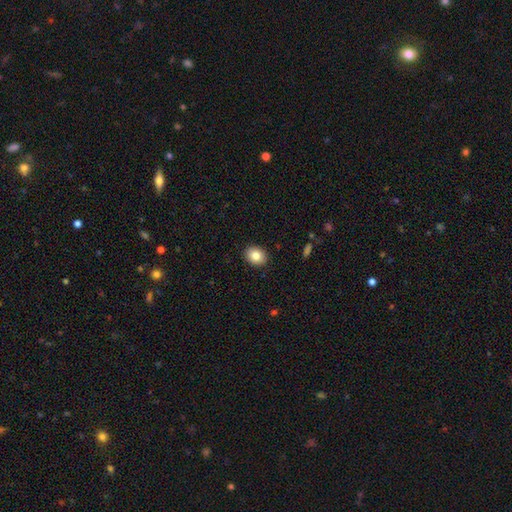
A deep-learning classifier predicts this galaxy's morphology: smooth 83%, star or artifact 8%, featured or disk 8%. Down the decision tree: how rounded — round (51%); merging — none (91%).